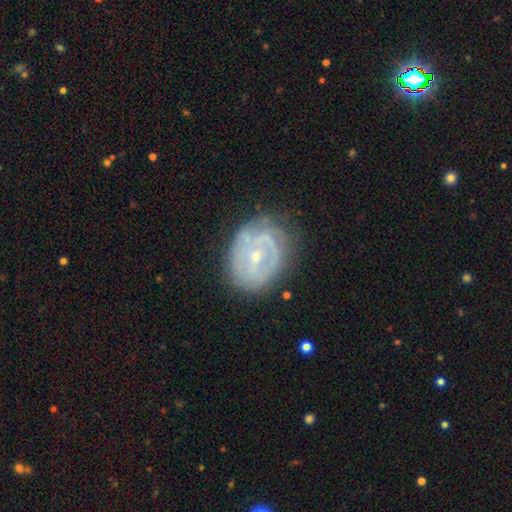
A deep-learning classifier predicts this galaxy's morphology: Smooth or featured?
  - featured or disk: 74% *
  - smooth: 19%
  - star or artifact: 7%
Edge-on disk?
  - no: 97% *
  - yes: 3%
Bar?
  - weak: 42% *
  - no: 41%
  - strong: 17%
Spiral arms?
  - yes: 68% *
  - no: 32%
Bulge size?
  - small: 68% *
  - moderate: 29%
  - none: 1%
  - large: 1%
  - dominant: 1%
Merging?
  - none: 62% *
  - minor disturbance: 25%
  - major disturbance: 12%
  - merger: 2%